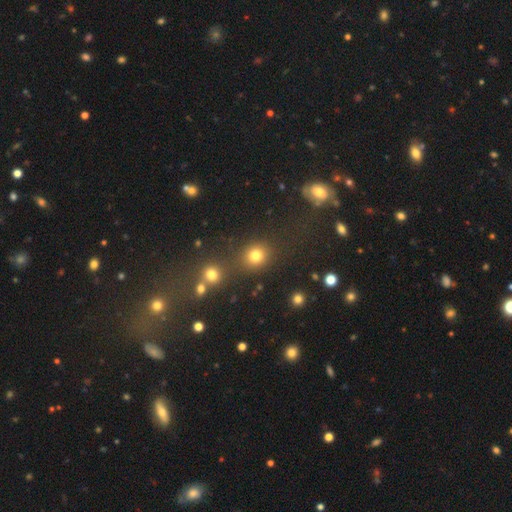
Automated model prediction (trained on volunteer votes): Overall: smooth (79%). How rounded: round (81%). Merging: none (74%).